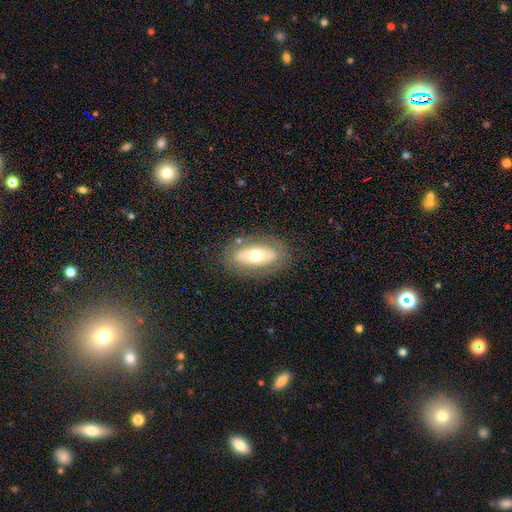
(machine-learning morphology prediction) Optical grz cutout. It shows a smooth galaxy with no disk features (49%). Merging: none (79%).